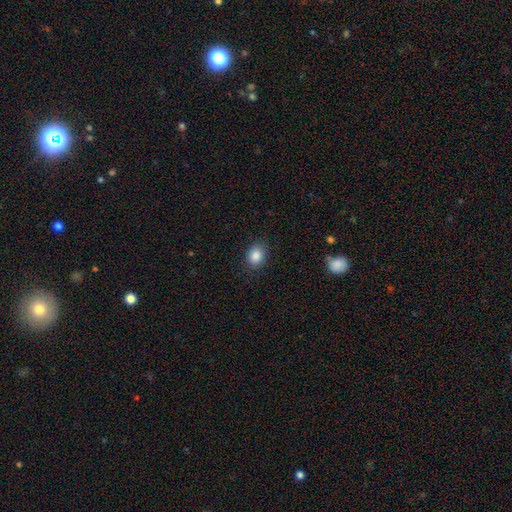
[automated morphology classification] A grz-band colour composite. It shows a smooth galaxy with no disk features (87%) that is in between round and cigar-shaped (56%). Merging: none (87%).